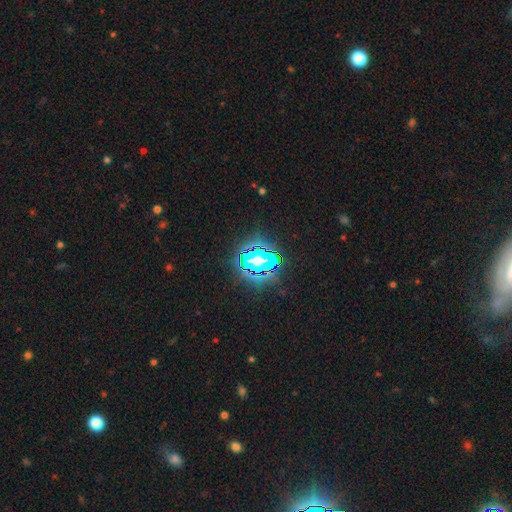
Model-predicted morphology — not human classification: This is clearly a star or artifact rather than a galaxy (82%).